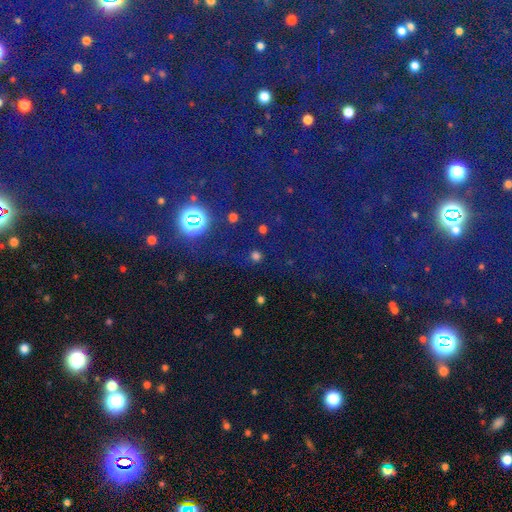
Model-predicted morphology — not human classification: type=star or artifact (68%).